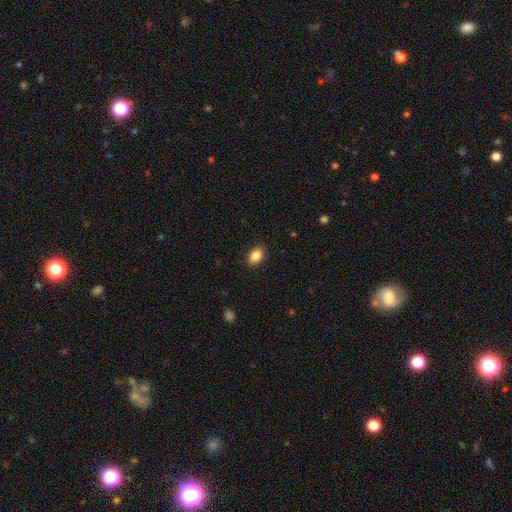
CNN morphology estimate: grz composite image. It shows a smooth galaxy with no disk features (87%) that is in between round and cigar-shaped (82%). Merging: none (88%).